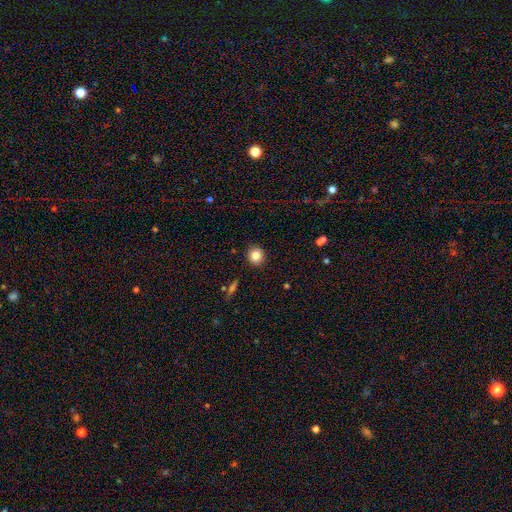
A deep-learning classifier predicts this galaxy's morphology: Overall: smooth (84%). How rounded: round (87%). Merging: none (90%).